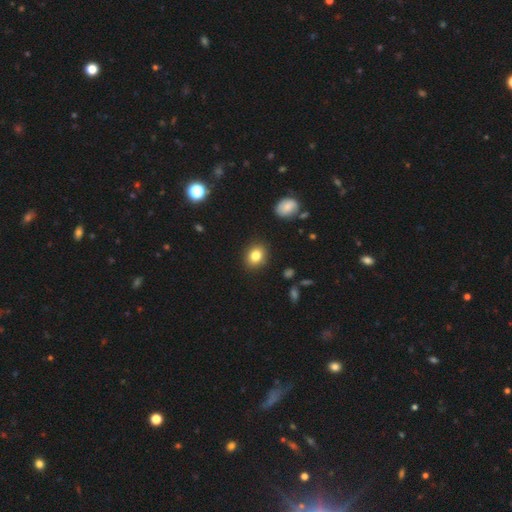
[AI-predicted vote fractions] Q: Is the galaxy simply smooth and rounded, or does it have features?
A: smooth — 83%.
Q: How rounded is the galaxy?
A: round — 52%.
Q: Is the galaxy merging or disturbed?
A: none — 89%.